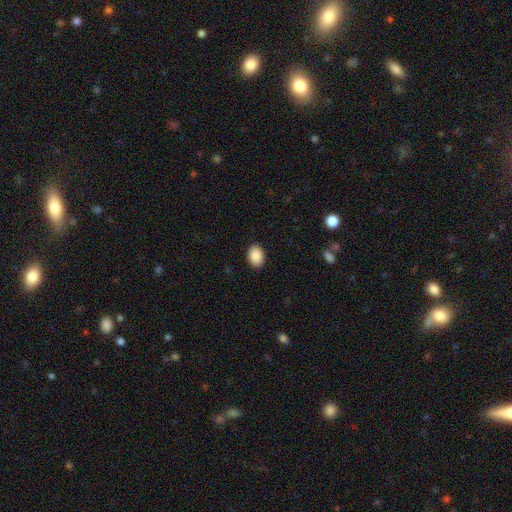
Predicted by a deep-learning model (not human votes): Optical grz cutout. It shows a smooth galaxy with no disk features (90%) that is in between round and cigar-shaped (80%). Merging: none (90%).